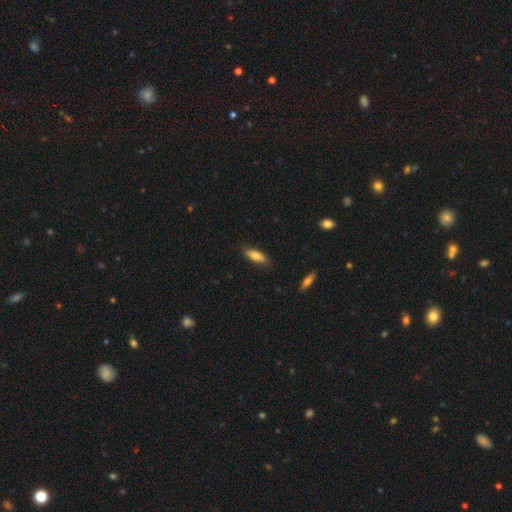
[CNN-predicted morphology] The model was most divided on "how rounded": in between: 65%, cigar-shaped: 33%, round: 2%. More confident: merging — none (79%); smooth or featured — smooth (75%).